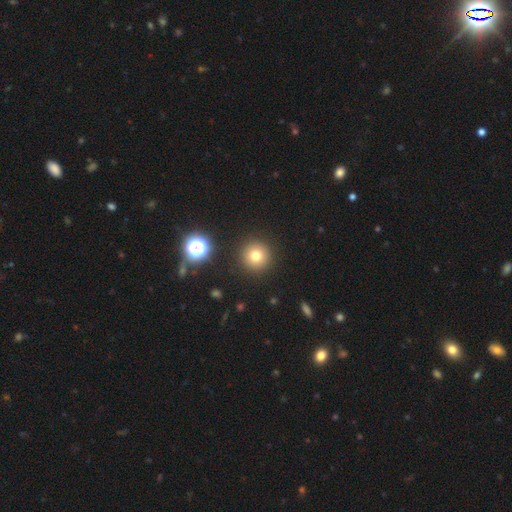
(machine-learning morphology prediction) A smooth galaxy with no disk features (76%) that is round (96%).

Vote fractions:
- Smooth or featured? smooth: 76% / star or artifact: 15% / featured or disk: 9%
- How rounded? round: 96% / in between: 3% / cigar-shaped: 1%
- Merging? none: 91% / minor disturbance: 5% / major disturbance: 2% / merger: 2%